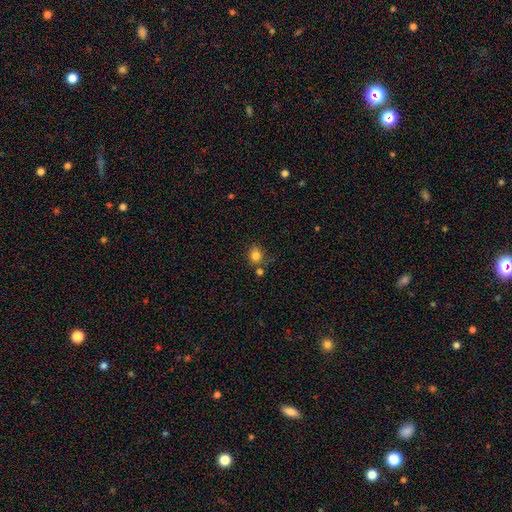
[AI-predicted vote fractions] Overall: smooth (82%). How rounded: round (60%; in between 39%). Merging: none (60%).